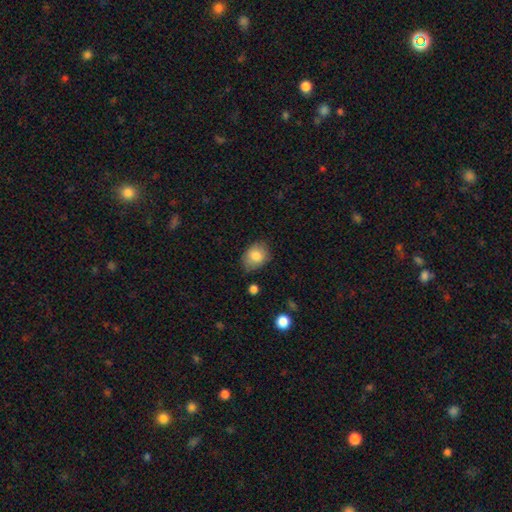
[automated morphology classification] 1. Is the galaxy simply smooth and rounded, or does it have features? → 83% smooth, 9% featured or disk, 8% star or artifact.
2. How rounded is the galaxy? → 65% in between, 34% round, 1% cigar-shaped.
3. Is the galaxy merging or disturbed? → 70% none, 23% minor disturbance, 5% major disturbance, 2% merger.